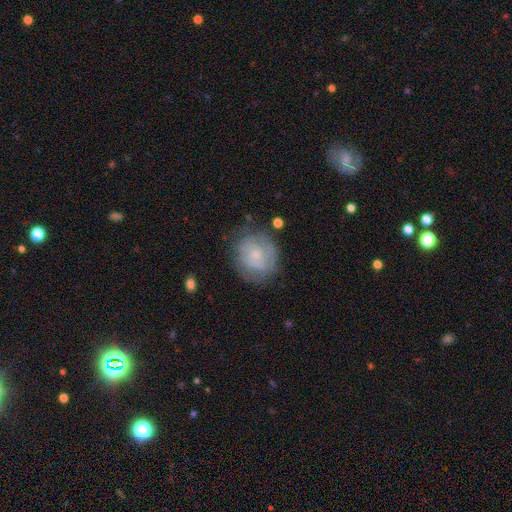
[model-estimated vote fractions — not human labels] featured or disk 48%, smooth 44%, star or artifact 8%. Down the decision tree: merging — none (66%).